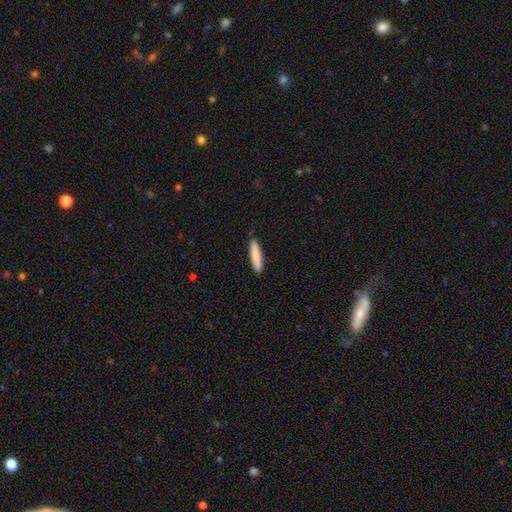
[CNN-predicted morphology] Q: Smooth or featured?
A: smooth (84%); runner-up: featured or disk (10%)
Q: How rounded?
A: cigar-shaped (86%); runner-up: in between (13%)
Q: Merging?
A: none (89%); runner-up: minor disturbance (9%)